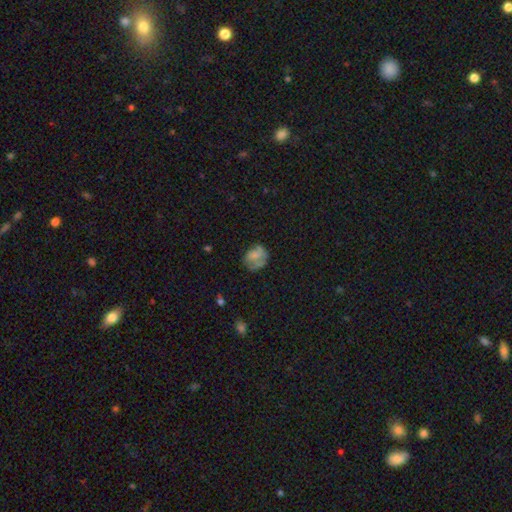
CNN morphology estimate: Overall: smooth (53%; featured or disk 37%). How rounded: round (60%; in between 39%). Merging: none (53%; minor disturbance 26%).